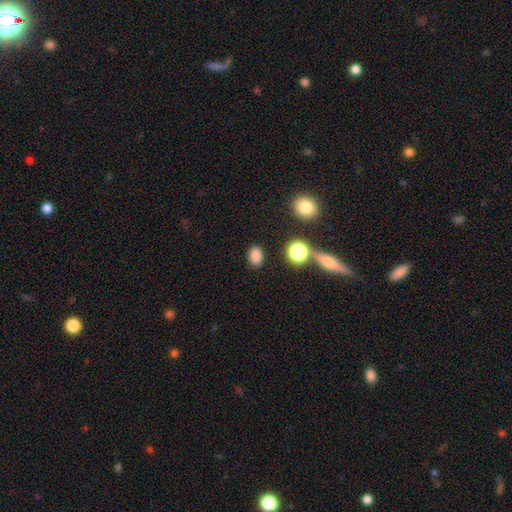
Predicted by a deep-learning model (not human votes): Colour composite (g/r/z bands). It shows a smooth galaxy with no disk features (82%) that is in between round and cigar-shaped (79%). Merging: none (85%).